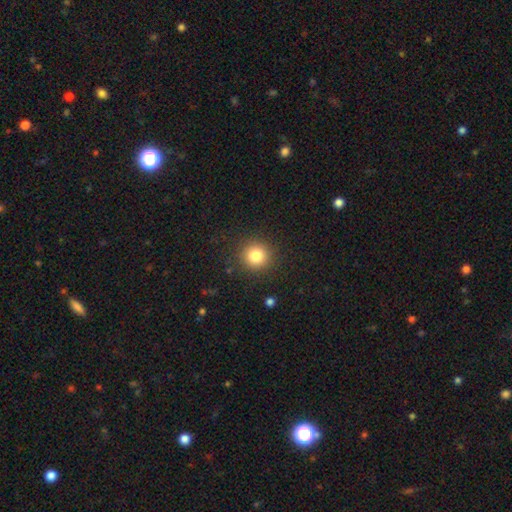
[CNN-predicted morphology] smooth_or_featured: smooth (p=0.82) [alt: star or artifact p=0.11]
how_rounded: round (p=0.93) [alt: in between p=0.06]
merging: none (p=0.90) [alt: minor disturbance p=0.07]